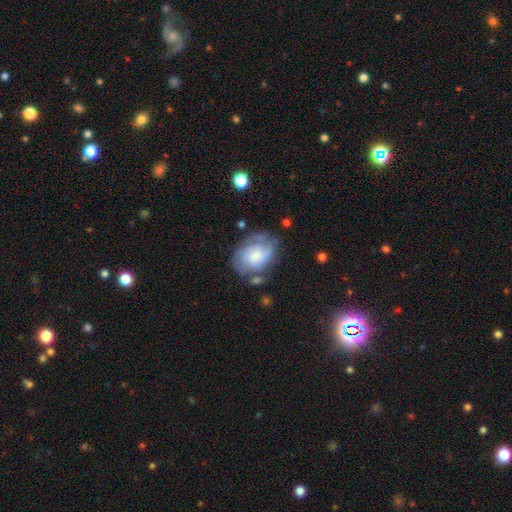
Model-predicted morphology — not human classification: A featured or disk galaxy (63%) with no bar (66%), tight (48%) spiral arms (86%) and a small central bulge (38%). Merging: none (58%).